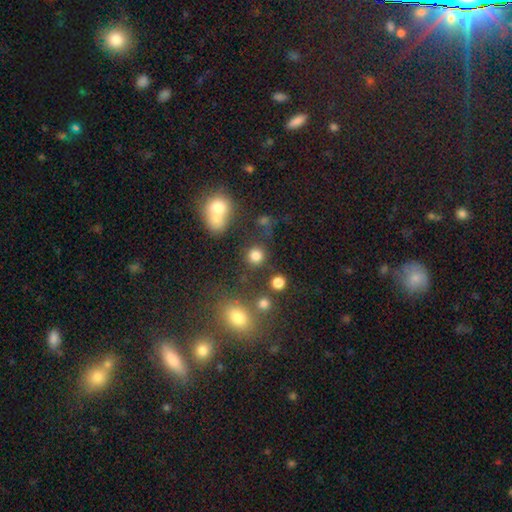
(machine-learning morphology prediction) smooth_or_featured: smooth (p=0.81) [alt: star or artifact p=0.14]
how_rounded: round (p=0.90) [alt: in between p=0.09]
merging: none (p=0.77) [alt: minor disturbance p=0.09]